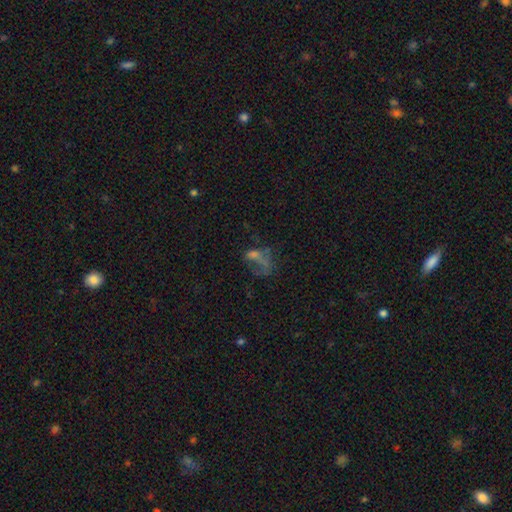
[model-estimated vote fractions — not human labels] Smooth or featured? featured or disk (40%)
Merging? major disturbance (45%)